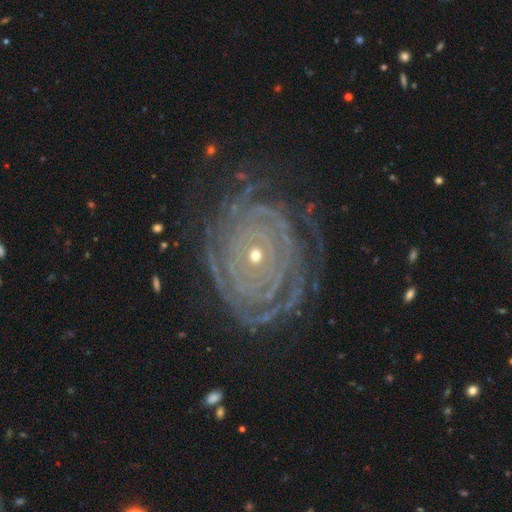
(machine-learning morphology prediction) This appears to be a featured or disk galaxy (89%) with no bar (79%), tight (88%) spiral arms (96%) and a small central bulge (67%). Merging: none (74%).